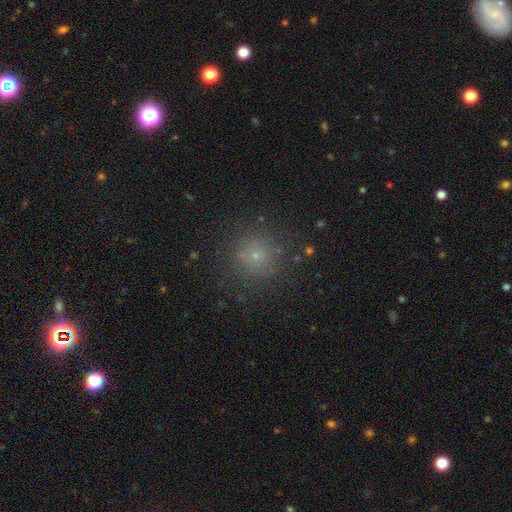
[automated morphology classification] Overall: smooth (66%). How rounded: round (93%). Merging: none (84%).